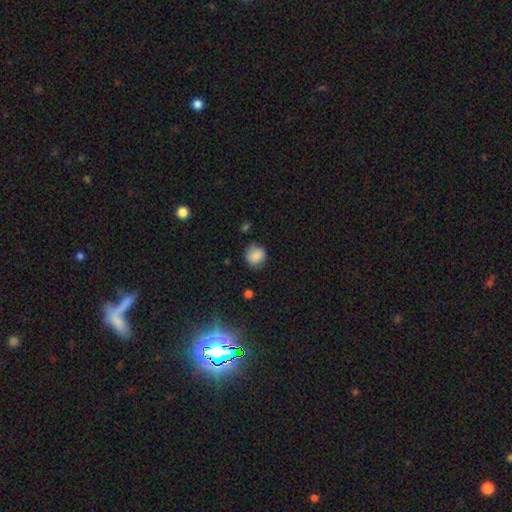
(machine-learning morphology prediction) type=smooth (84%); roundness=round (81%); merging=none (74%).